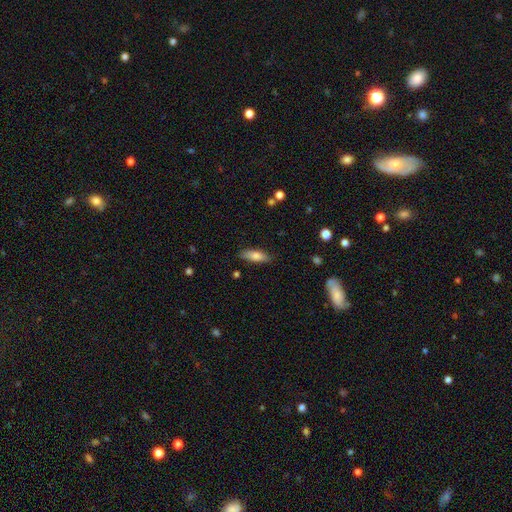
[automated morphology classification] This is likely a smooth galaxy (76%). How rounded: possibly in between (59%). Merging: clearly none (84%).